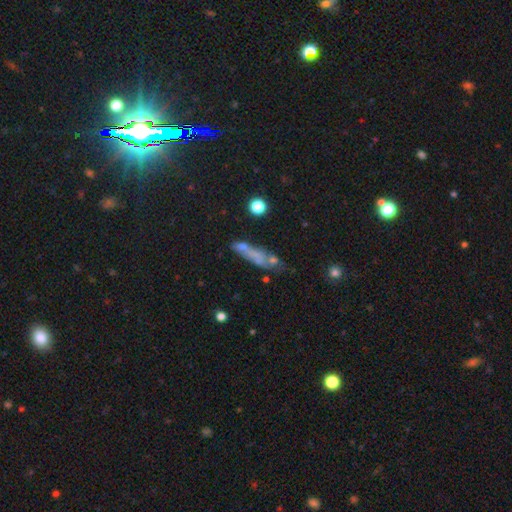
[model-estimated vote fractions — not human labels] This appears to be a smooth galaxy with no disk features (52%) that is cigar-shaped (74%). Merging: none (43%).